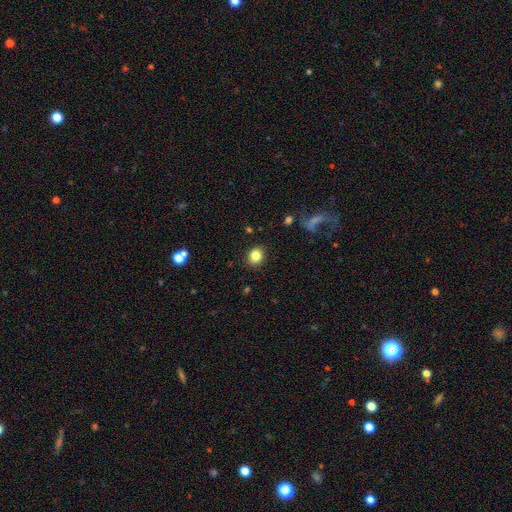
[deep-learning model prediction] A smooth galaxy with no disk features (82%) that is round (68%).

Vote fractions:
- Smooth or featured? smooth: 82% / star or artifact: 11% / featured or disk: 7%
- How rounded? round: 68% / in between: 31% / cigar-shaped: 1%
- Merging? none: 89% / minor disturbance: 8% / major disturbance: 2% / merger: 1%